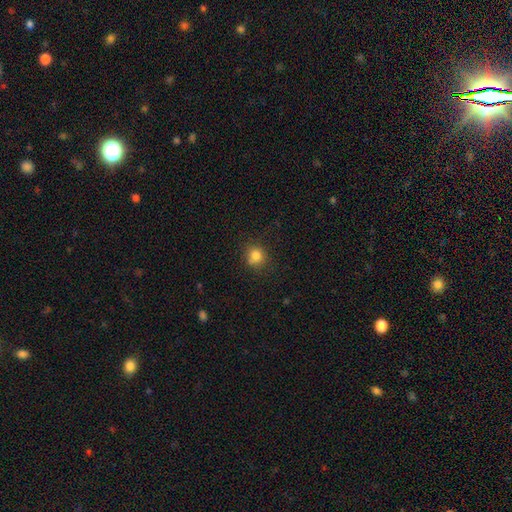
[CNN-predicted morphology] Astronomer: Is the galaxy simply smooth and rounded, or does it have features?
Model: smooth — 82%.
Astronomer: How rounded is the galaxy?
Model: round — 86%.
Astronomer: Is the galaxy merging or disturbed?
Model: none — 80%.